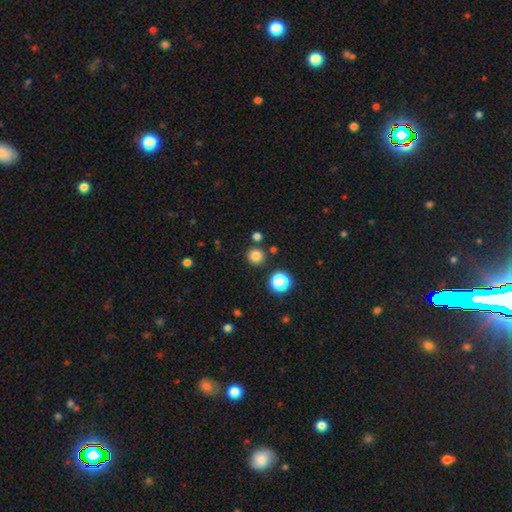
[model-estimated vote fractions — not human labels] Smooth or featured? smooth (80%)
How rounded? round (94%)
Merging? none (87%)